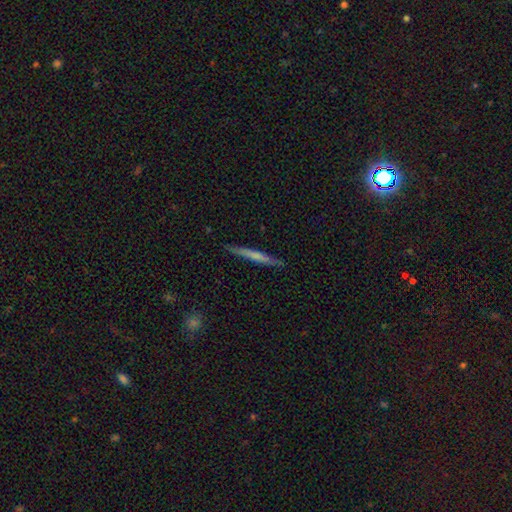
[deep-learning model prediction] Smooth or featured: smooth — 52% (featured or disk — 43%)
How rounded: cigar-shaped — 96% (in between — 3%)
Merging: none — 88% (minor disturbance — 9%)